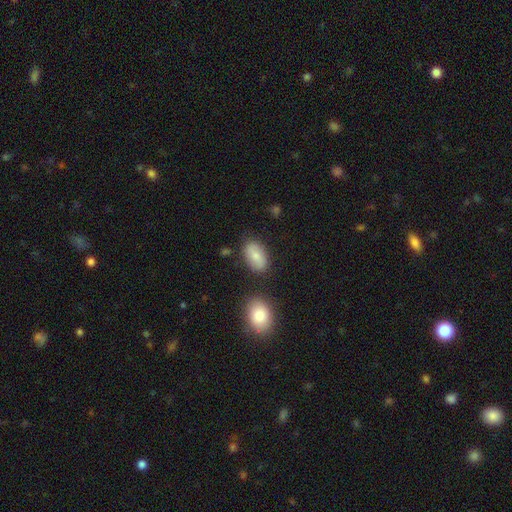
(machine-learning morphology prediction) Smooth or featured: smooth — 77% (featured or disk — 16%)
How rounded: in between — 91% (round — 7%)
Merging: none — 77% (minor disturbance — 14%)